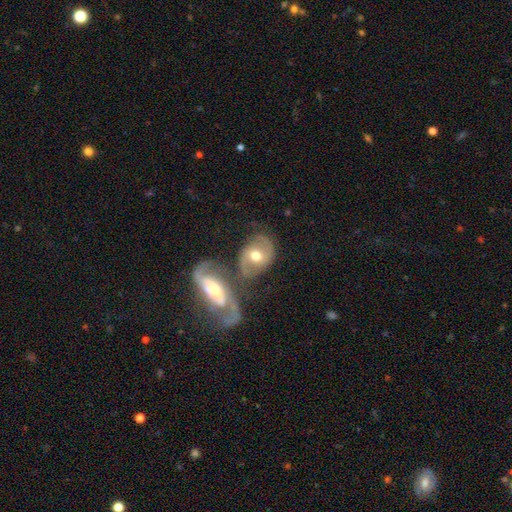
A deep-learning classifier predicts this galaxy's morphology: smooth_or_featured: featured or disk (p=0.67) [alt: smooth p=0.26]
disk_edge_on: no (p=0.94) [alt: yes p=0.06]
bar: no (p=0.45) [alt: weak p=0.39]
has_spiral_arms: yes (p=0.86) [alt: no p=0.14]
spiral_winding: medium (p=0.48) [alt: loose p=0.28]
spiral_arm_count: 2 (p=0.86) [alt: can't tell p=0.07]
bulge_size: moderate (p=0.75) [alt: small p=0.14]
merging: none (p=0.40) [alt: merger p=0.39]